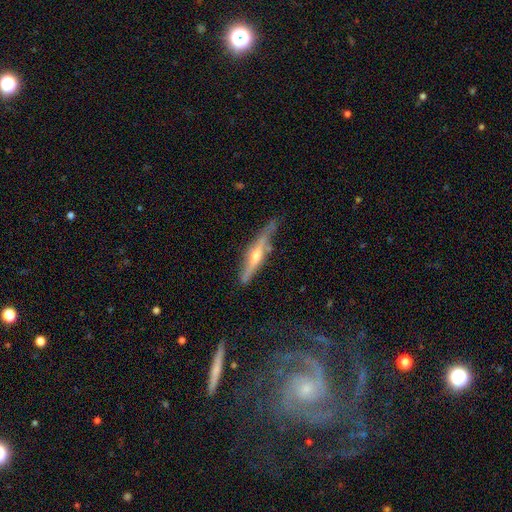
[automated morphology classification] This appears to be a featured or disk galaxy (73%) viewed edge-on (89%) with a rounded central bulge (87%). Merging: none (63%).